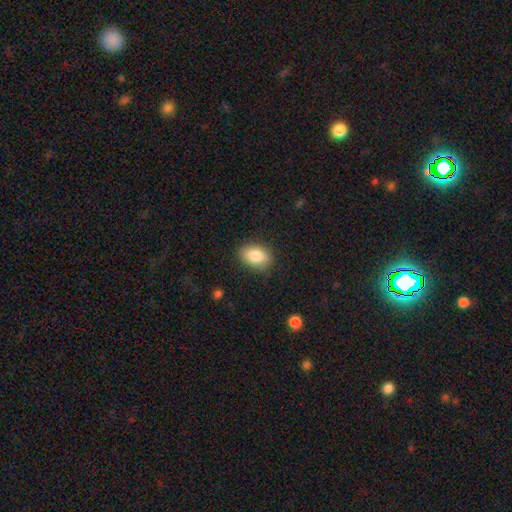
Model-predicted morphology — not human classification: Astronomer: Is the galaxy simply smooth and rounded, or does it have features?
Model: smooth — 85%.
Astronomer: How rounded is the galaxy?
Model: in between — 84%.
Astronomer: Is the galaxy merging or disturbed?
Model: none — 84%.